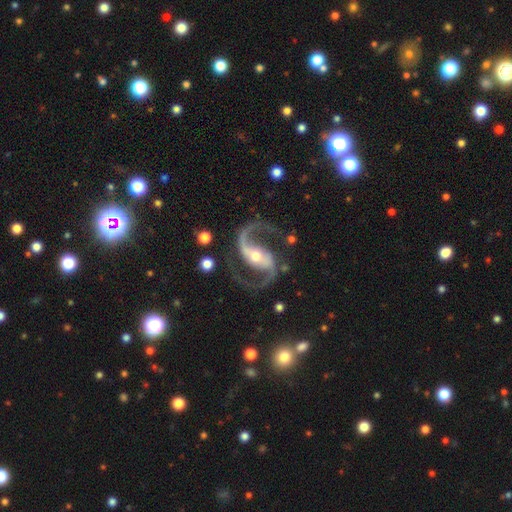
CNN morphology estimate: featured or disk 94%, star or artifact 4%, smooth 2%. Down the decision tree: edge-on disk — no (98%); bar — strong (49%); spiral arms — yes (98%); spiral arm count — 2 (95%); spiral winding — medium (58%); bulge size — moderate (61%); merging — none (81%).